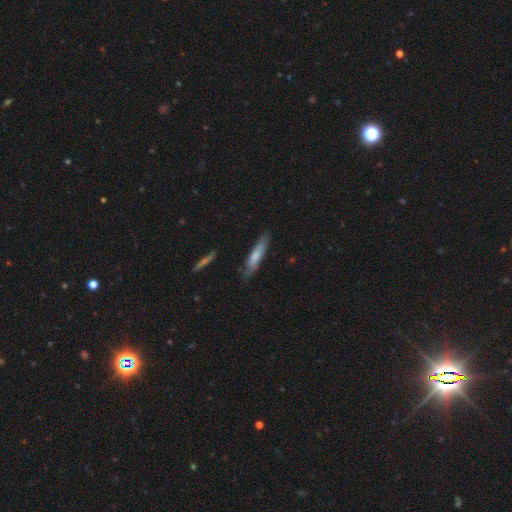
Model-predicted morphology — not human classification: This appears to be a smooth galaxy with no disk features (70%) that is cigar-shaped (84%). Merging: none (76%).